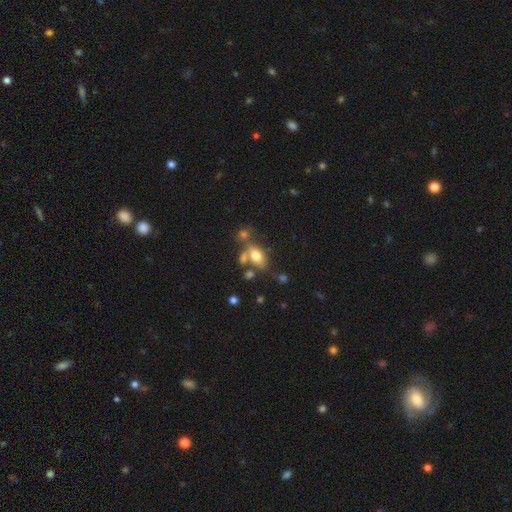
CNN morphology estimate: type=smooth (73%); roundness=in between (85%); merging=none (48%).